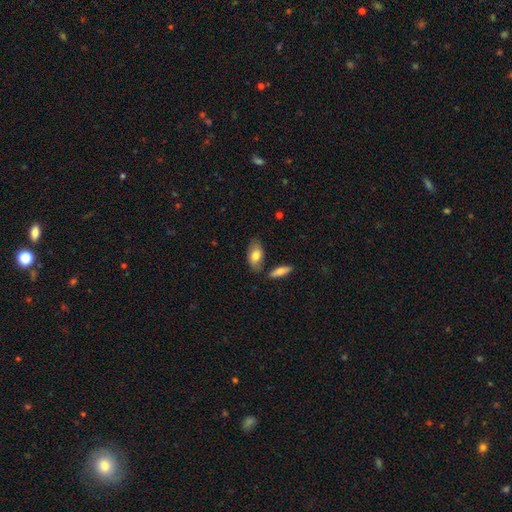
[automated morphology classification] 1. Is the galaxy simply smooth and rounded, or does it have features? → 75% smooth, 19% featured or disk, 6% star or artifact.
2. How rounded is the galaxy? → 91% in between, 5% cigar-shaped, 4% round.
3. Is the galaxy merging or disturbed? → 74% none, 14% minor disturbance, 9% merger, 3% major disturbance.